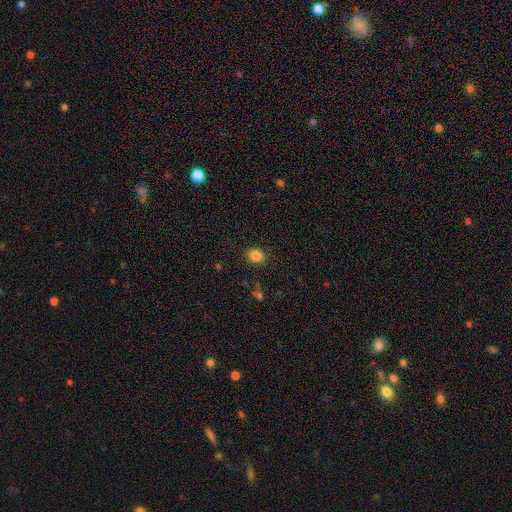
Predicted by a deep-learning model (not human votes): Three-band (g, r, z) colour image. It shows a smooth galaxy with no disk features (84%) that is round (63%). Merging: none (85%).